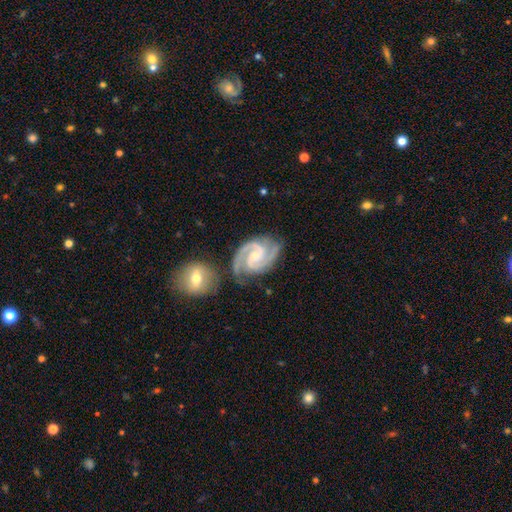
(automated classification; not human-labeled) This is clearly a featured or disk galaxy (93%). It is clearly not viewed edge-on (98%). Bar: possibly no (50%). Spiral arm pattern: clearly yes (99%). Spiral arm count: likely 2 (72%). Spiral winding: possibly medium (49%). Central bulge: likely small (67%). Merging: likely none (66%).